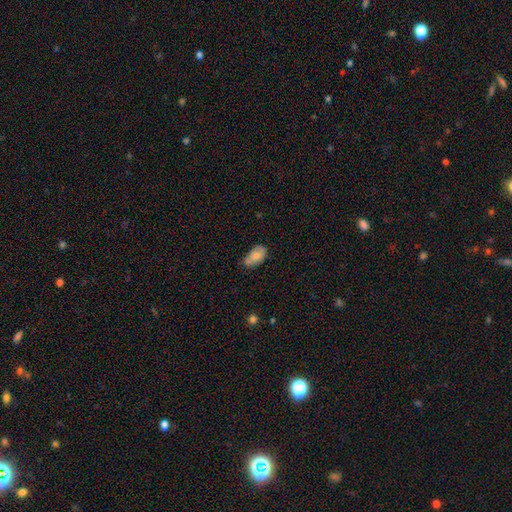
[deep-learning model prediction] This appears to be a smooth galaxy with no disk features (79%) that is in between round and cigar-shaped (93%). Merging: none (50%).